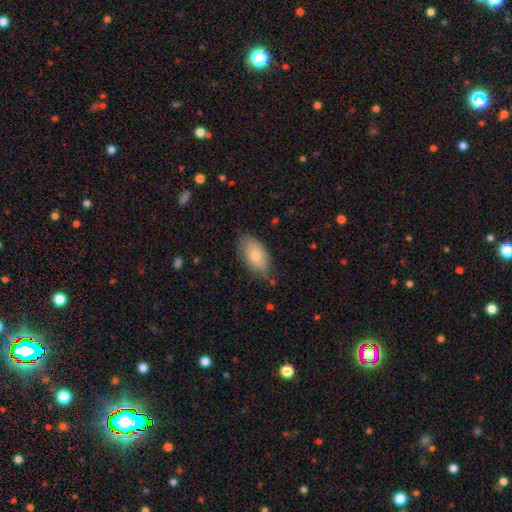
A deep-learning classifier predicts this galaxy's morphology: This appears to be a smooth galaxy with no disk features (79%) that is in between round and cigar-shaped (94%). Merging: none (77%).